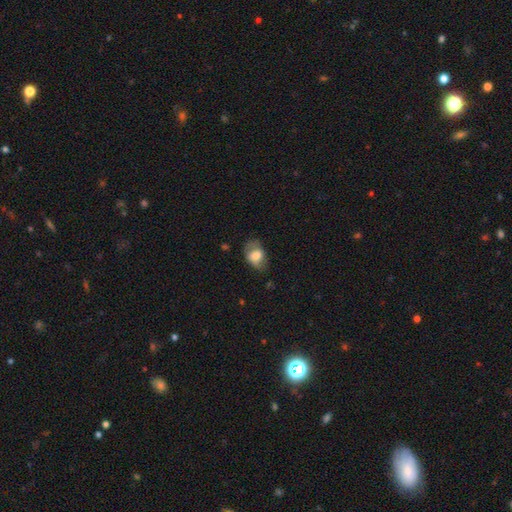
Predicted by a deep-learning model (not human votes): Smooth or featured: smooth — 66% (featured or disk — 26%)
How rounded: in between — 79% (round — 19%)
Merging: none — 52% (minor disturbance — 29%)